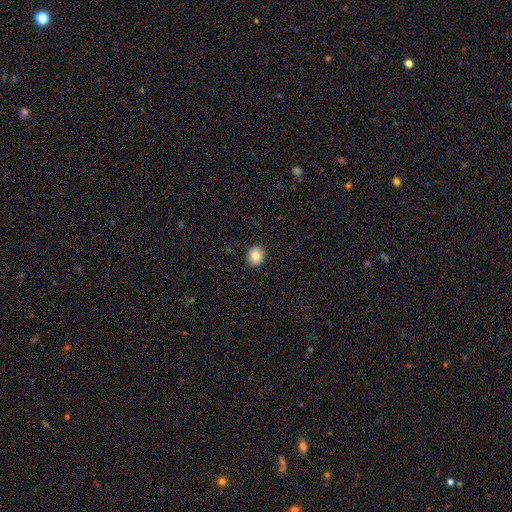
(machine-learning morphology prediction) This appears to be a smooth galaxy with no disk features (82%) that is round (71%). Merging: none (91%).